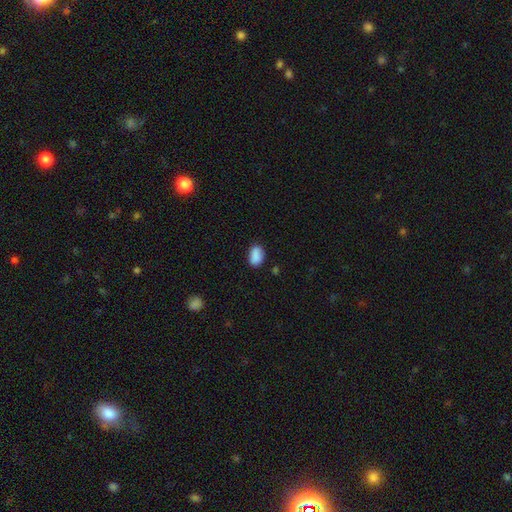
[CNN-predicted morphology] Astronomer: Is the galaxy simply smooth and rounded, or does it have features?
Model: smooth — 88%.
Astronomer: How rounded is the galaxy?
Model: in between — 85%.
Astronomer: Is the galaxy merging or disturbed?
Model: none — 78%.